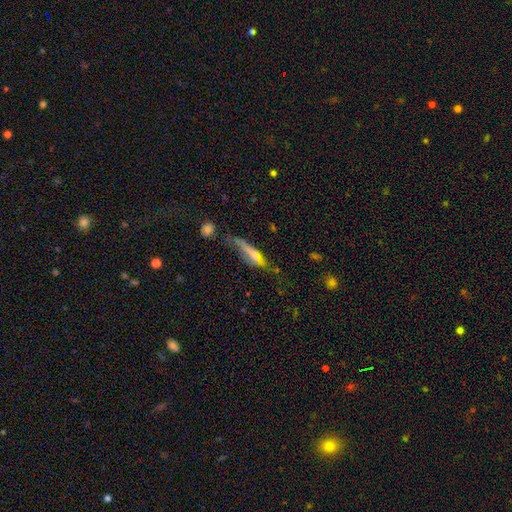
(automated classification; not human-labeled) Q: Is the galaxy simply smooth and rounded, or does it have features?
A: smooth — 45%.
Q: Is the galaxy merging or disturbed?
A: none — 37%.